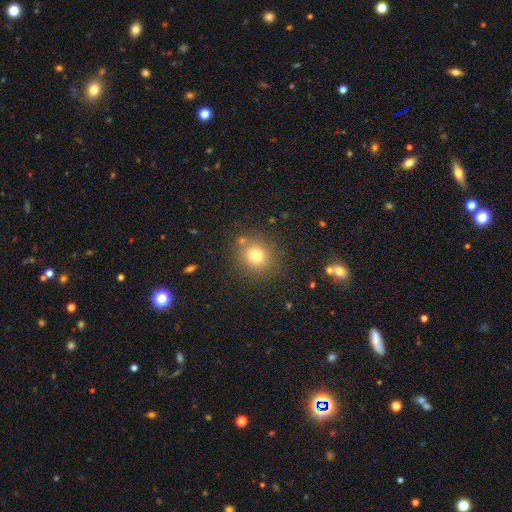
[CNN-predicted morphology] type=smooth (75%); roundness=round (87%); merging=none (82%).